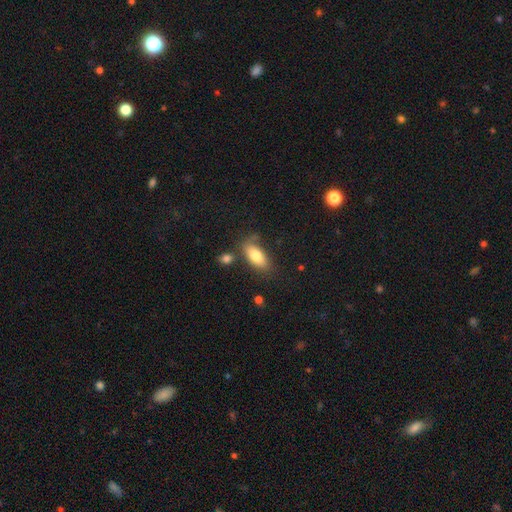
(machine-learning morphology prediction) This appears to be a smooth galaxy with no disk features (79%) that is in between round and cigar-shaped (86%). Merging: none (67%).